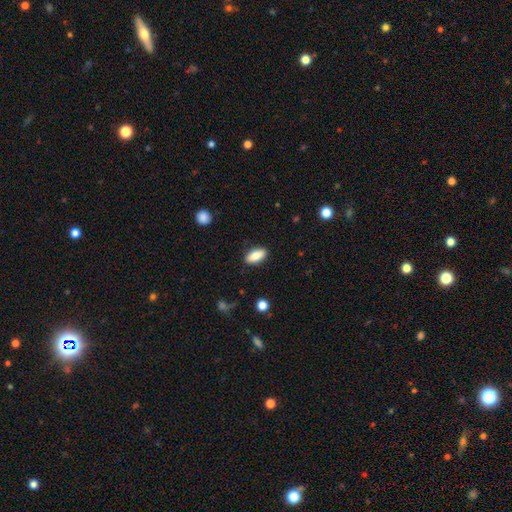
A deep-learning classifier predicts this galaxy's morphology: A smooth galaxy with no disk features (83%) that is in between round and cigar-shaped (85%). Merging: none (88%).